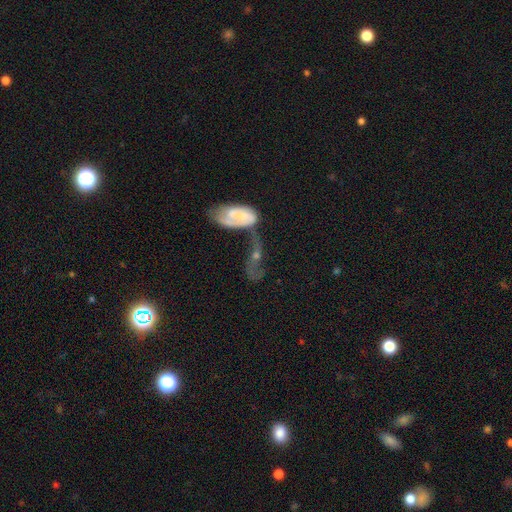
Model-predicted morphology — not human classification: Q: Smooth or featured?
A: featured or disk (58%); runner-up: smooth (28%)
Q: Edge-on disk?
A: no (84%); runner-up: yes (16%)
Q: Merging?
A: merger (46%); runner-up: none (21%)